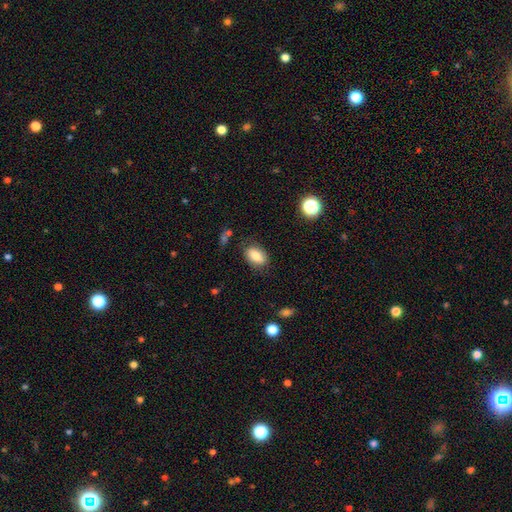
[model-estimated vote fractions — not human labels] Smooth or featured? smooth (82%)
How rounded? in between (87%)
Merging? none (80%)